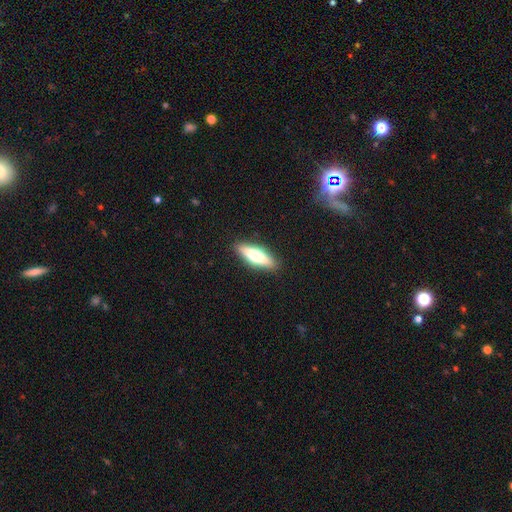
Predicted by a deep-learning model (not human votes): Overall: smooth (60%; featured or disk 34%). How rounded: cigar-shaped (60%; in between 38%). Merging: none (89%).